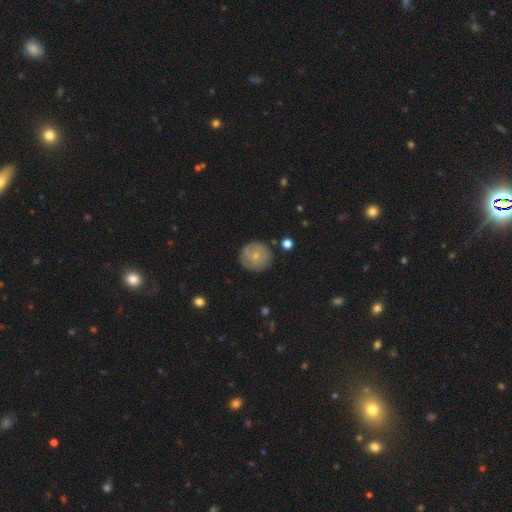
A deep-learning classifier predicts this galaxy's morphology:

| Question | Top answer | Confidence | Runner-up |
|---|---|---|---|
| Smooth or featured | smooth | 55% | featured or disk (38%) |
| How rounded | round | 93% | in between (6%) |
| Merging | none | 78% | minor disturbance (16%) |